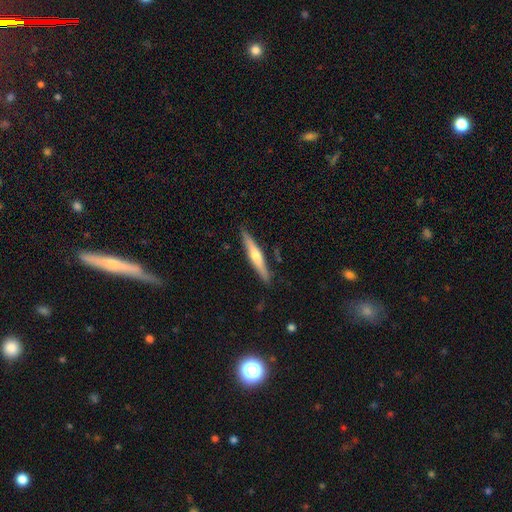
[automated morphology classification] This appears to be a featured or disk galaxy (55%) viewed edge-on (96%) with a rounded central bulge (82%). Merging: none (88%).